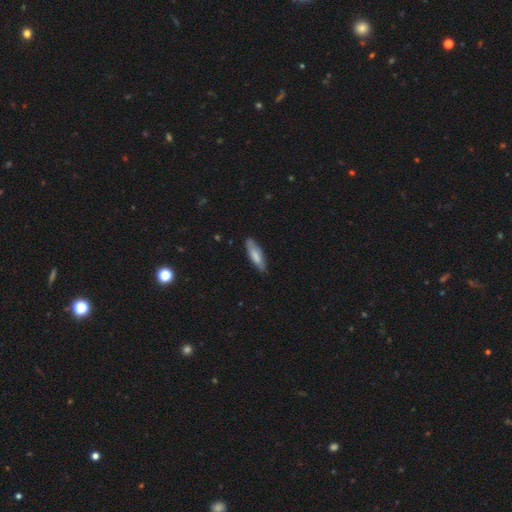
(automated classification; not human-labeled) The model was most divided on "how rounded": cigar-shaped: 58%, in between: 40%, round: 1%. More confident: merging — none (78%); smooth or featured — smooth (73%).